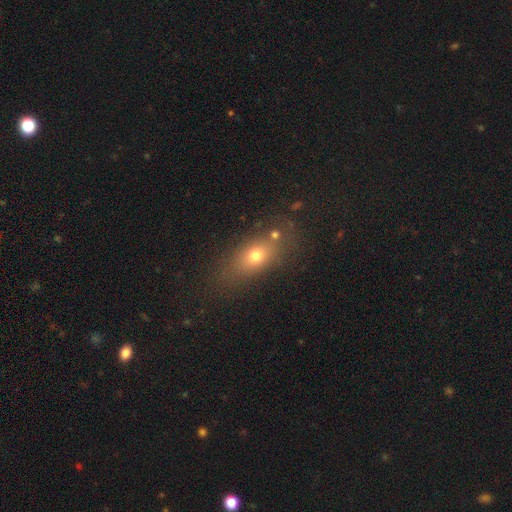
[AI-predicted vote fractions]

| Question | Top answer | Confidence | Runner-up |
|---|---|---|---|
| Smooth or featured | smooth | 68% | featured or disk (17%) |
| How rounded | in between | 70% | round (20%) |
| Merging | none | 72% | minor disturbance (14%) |